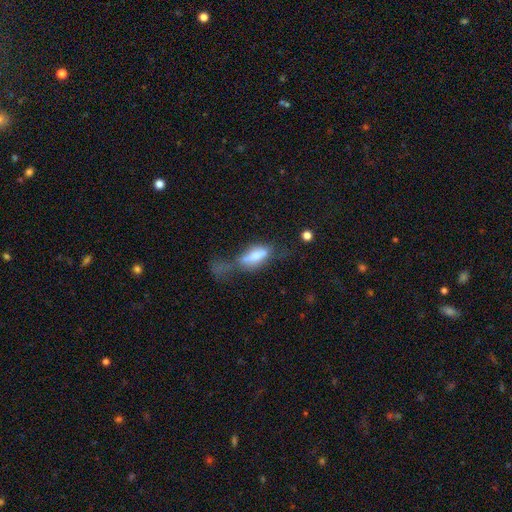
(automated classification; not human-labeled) A smooth galaxy with no disk features (61%) that is in between round and cigar-shaped (65%).

Vote fractions:
- Smooth or featured? smooth: 61% / featured or disk: 30% / star or artifact: 9%
- How rounded? in between: 65% / cigar-shaped: 31% / round: 4%
- Merging? major disturbance: 44% / minor disturbance: 19% / none: 19% / merger: 17%